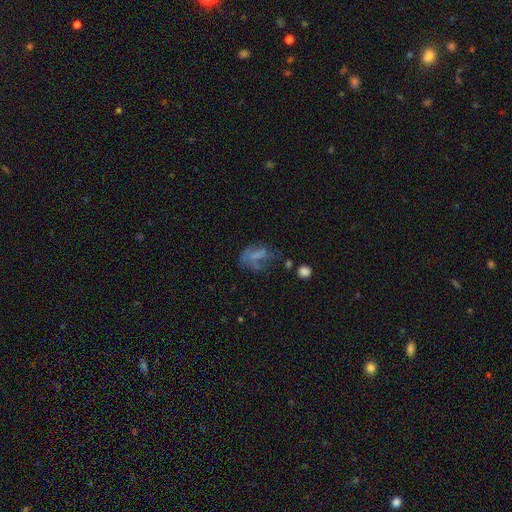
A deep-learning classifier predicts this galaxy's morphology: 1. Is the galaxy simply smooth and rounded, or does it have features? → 44% smooth, 37% featured or disk, 19% star or artifact.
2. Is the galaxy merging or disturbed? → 38% major disturbance, 33% none, 22% minor disturbance, 8% merger.